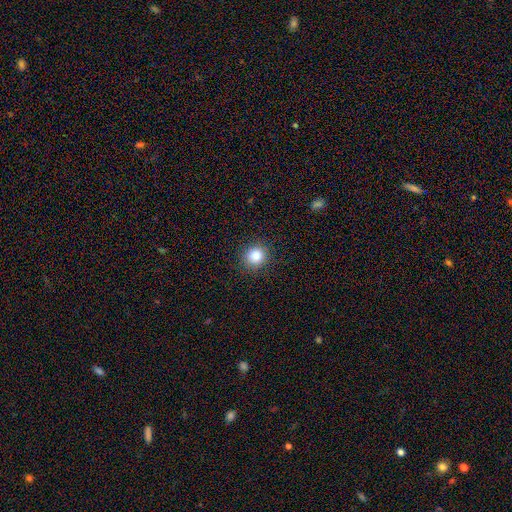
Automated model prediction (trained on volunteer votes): Morphology: type=smooth (85%); roundness=round (86%); merging=none (89%).